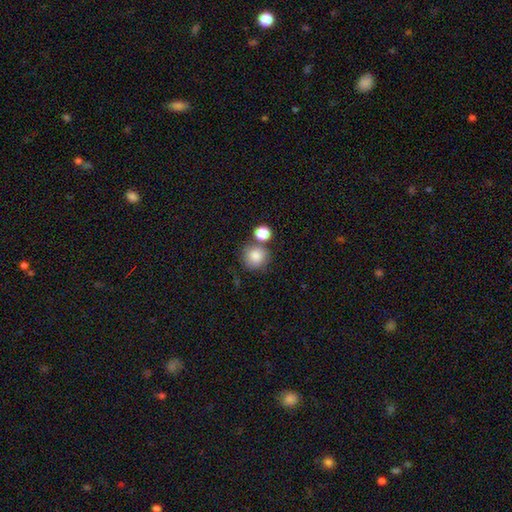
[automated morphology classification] smooth-or-featured: smooth: 85% | star or artifact: 9% | featured or disk: 6%
  how-rounded: round: 90% | in between: 9% | cigar-shaped: 1%
  merging: none: 64% | merger: 20% | minor disturbance: 12% | major disturbance: 4%